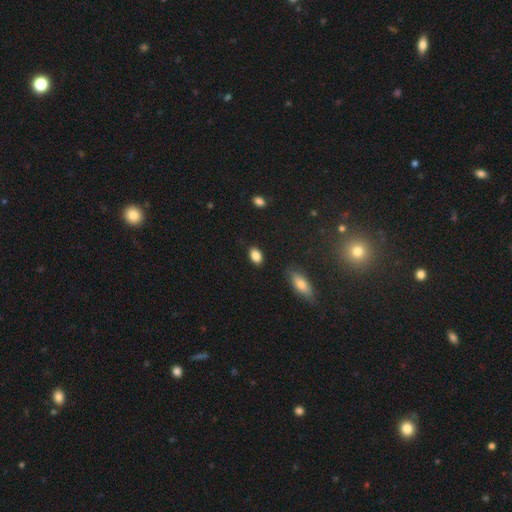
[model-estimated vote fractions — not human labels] The model was most divided on "how rounded": in between: 86%, round: 12%, cigar-shaped: 2%. More confident: smooth or featured — smooth (86%); merging — none (86%).